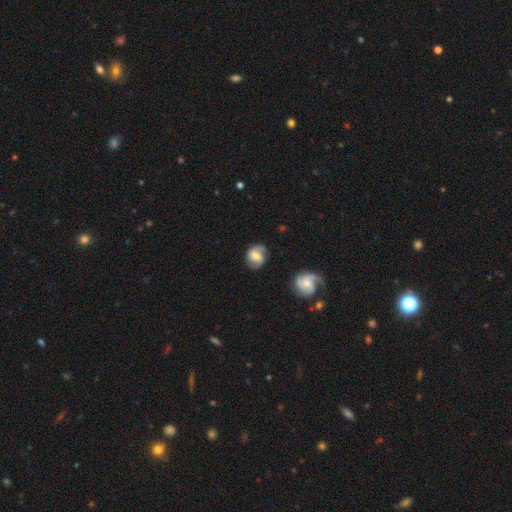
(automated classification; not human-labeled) This appears to be a featured or disk galaxy (50%). Merging: none (69%).